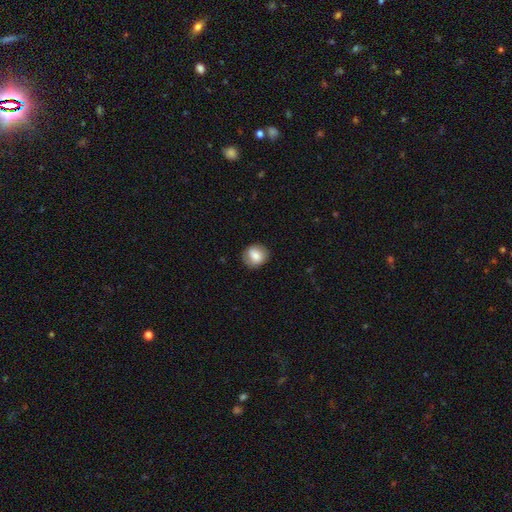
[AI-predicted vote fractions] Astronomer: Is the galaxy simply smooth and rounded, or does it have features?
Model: smooth — 77%.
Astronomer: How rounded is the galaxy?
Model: round — 76%.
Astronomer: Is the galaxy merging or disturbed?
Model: none — 83%.